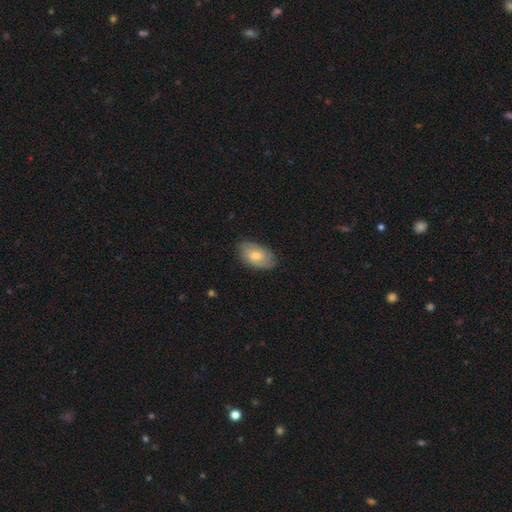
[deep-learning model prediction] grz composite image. It shows a smooth galaxy with no disk features (58%) that is in between round and cigar-shaped (92%). Merging: none (80%).